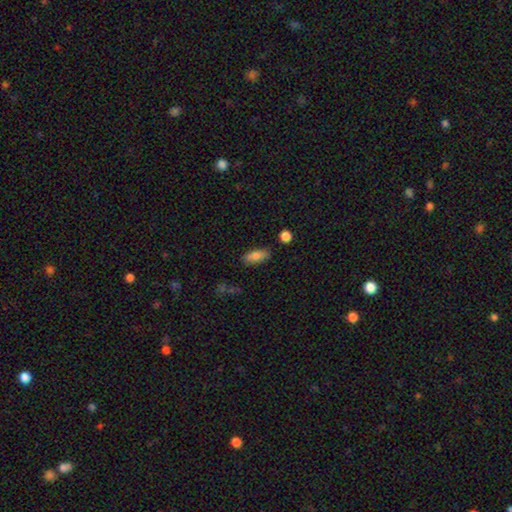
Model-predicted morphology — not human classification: Smooth or featured?
  - smooth: 85% *
  - featured or disk: 8%
  - star or artifact: 7%
How rounded?
  - in between: 81% *
  - cigar-shaped: 17%
  - round: 3%
Merging?
  - none: 84% *
  - minor disturbance: 11%
  - major disturbance: 3%
  - merger: 3%